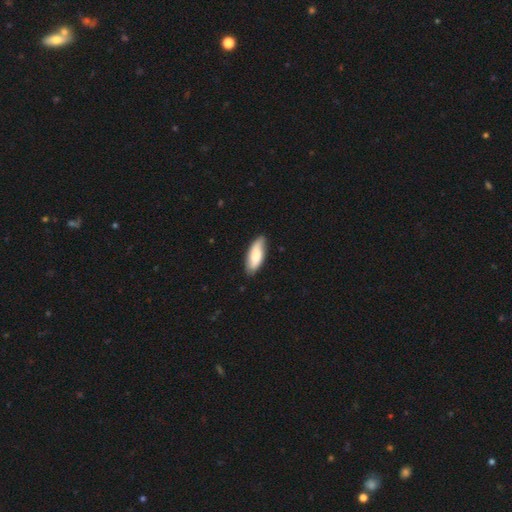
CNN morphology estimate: Q: Smooth or featured?
A: smooth (74%); runner-up: featured or disk (20%)
Q: How rounded?
A: in between (74%); runner-up: cigar-shaped (25%)
Q: Merging?
A: none (77%); runner-up: minor disturbance (19%)